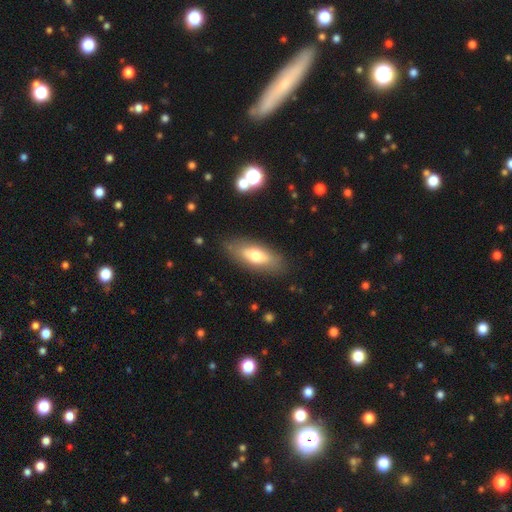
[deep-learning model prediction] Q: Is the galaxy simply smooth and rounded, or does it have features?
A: smooth — 64%.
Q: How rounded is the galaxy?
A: in between — 77%.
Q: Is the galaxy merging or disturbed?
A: none — 82%.